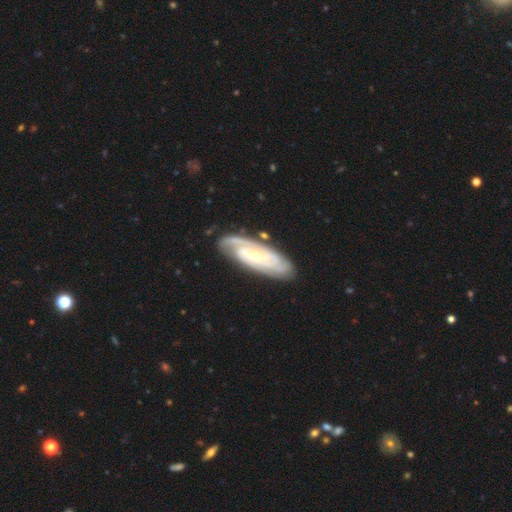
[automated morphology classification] A featured or disk galaxy (84%) with no bar (63%), 2 (37%) tight (69%) spiral arms (95%) and a small central bulge (64%). Merging: none (80%).